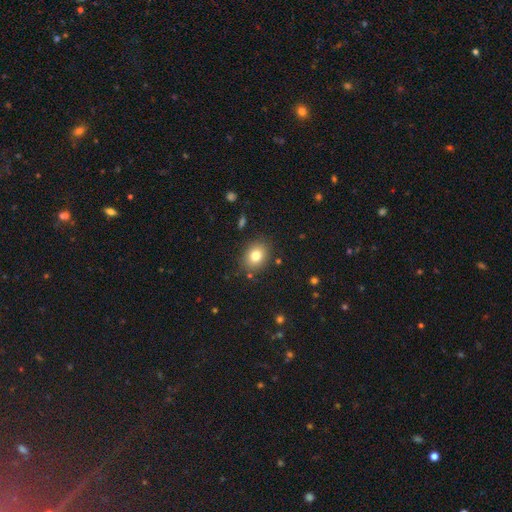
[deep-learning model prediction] Smooth or featured? Predicted: smooth (p=0.79). How rounded? Predicted: round (p=0.54). Merging? Predicted: none (p=0.85).